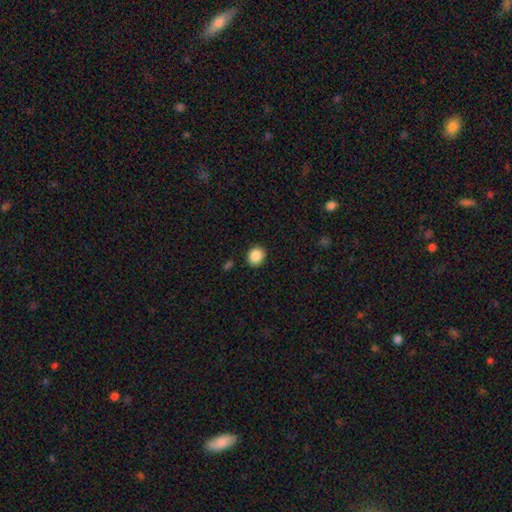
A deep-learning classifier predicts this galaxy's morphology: type=smooth (88%); roundness=round (69%); merging=none (89%).